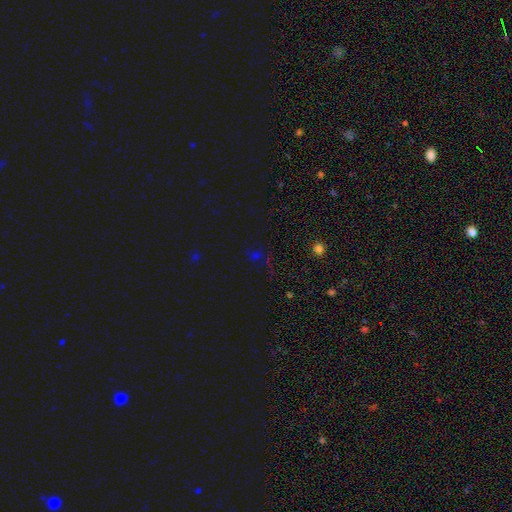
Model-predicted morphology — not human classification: type=star or artifact (65%).